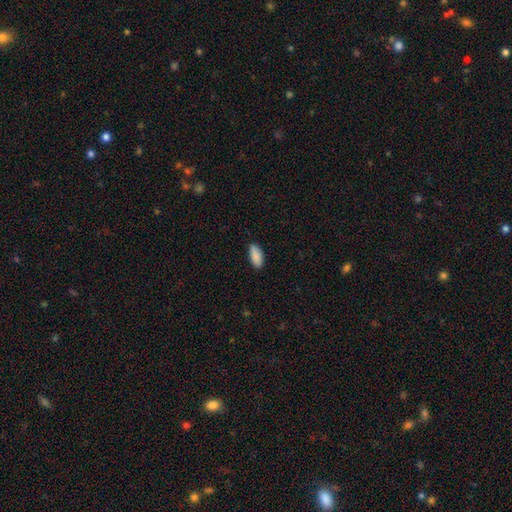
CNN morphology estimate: Smooth or featured? smooth (90%)
How rounded? in between (88%)
Merging? none (86%)